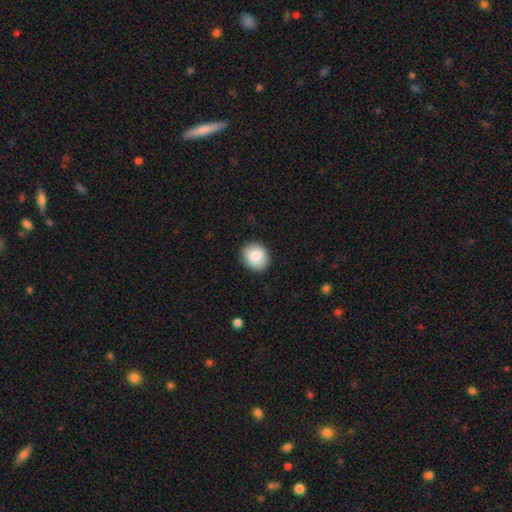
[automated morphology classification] Q: Smooth or featured?
A: smooth (82%); runner-up: featured or disk (10%)
Q: How rounded?
A: round (77%); runner-up: in between (22%)
Q: Merging?
A: none (89%); runner-up: minor disturbance (8%)